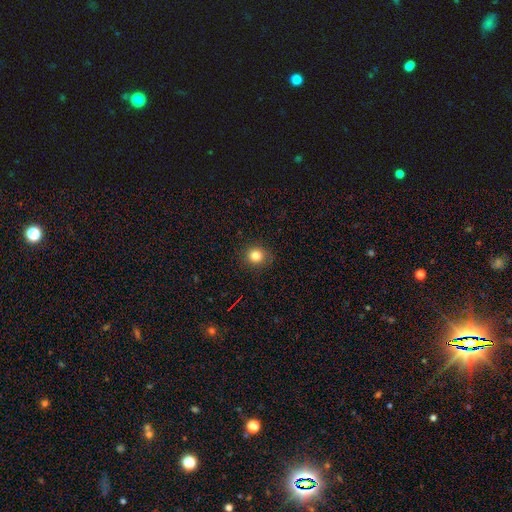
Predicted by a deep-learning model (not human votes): Smooth or featured?
  - smooth: 82% *
  - star or artifact: 12%
  - featured or disk: 6%
How rounded?
  - round: 83% *
  - in between: 16%
  - cigar-shaped: 1%
Merging?
  - none: 88% *
  - minor disturbance: 9%
  - major disturbance: 3%
  - merger: 1%